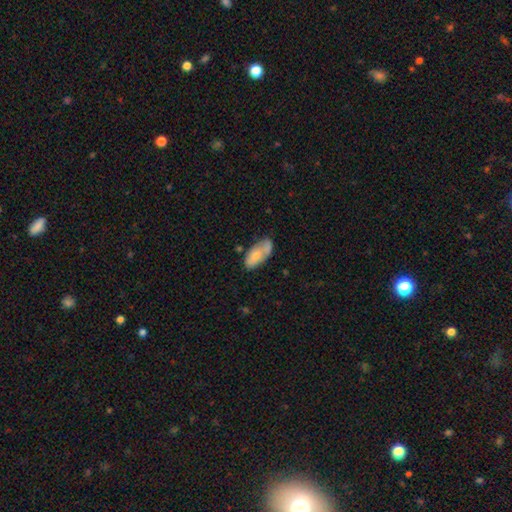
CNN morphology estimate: A smooth galaxy with no disk features (65%) that is in between round and cigar-shaped (91%). Merging: none (50%).